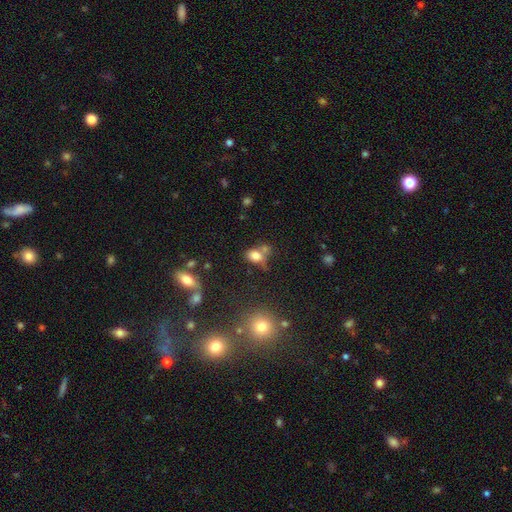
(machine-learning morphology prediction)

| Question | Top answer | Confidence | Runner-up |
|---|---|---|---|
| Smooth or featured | smooth | 77% | star or artifact (13%) |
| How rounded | in between | 69% | round (29%) |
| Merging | none | 43% | merger (30%) |